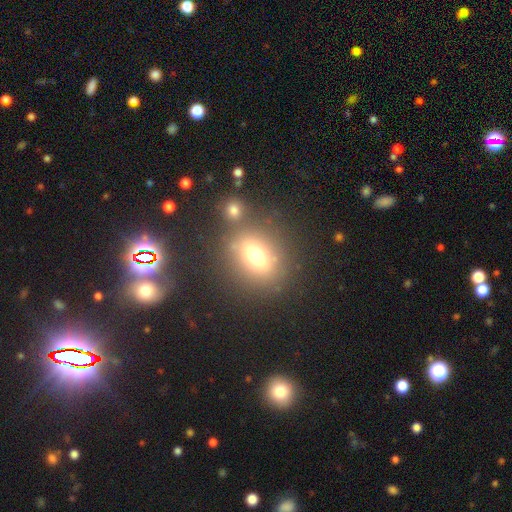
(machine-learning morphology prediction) smooth-or-featured: smooth: 66% | featured or disk: 18% | star or artifact: 16%
  how-rounded: in between: 53% | round: 43% | cigar-shaped: 4%
  merging: none: 71% | merger: 12% | minor disturbance: 11% | major disturbance: 5%